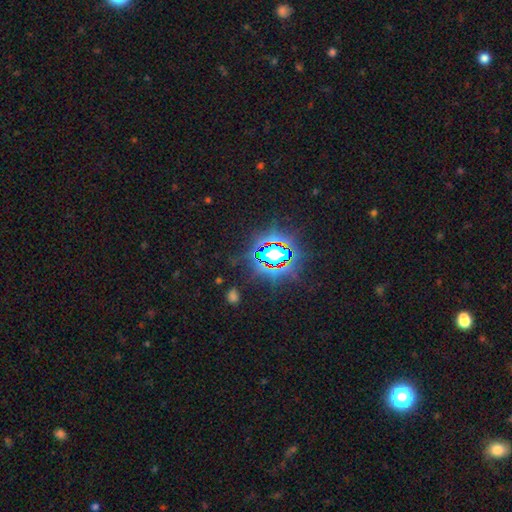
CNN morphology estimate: type=star or artifact (82%).